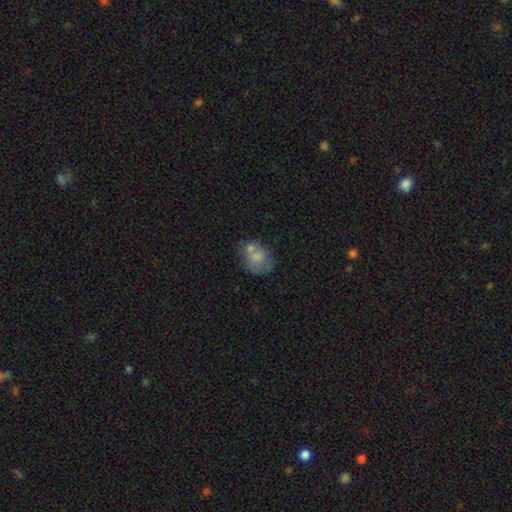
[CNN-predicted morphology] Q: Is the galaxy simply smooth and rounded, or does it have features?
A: smooth — 61%.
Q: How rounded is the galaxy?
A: in between — 50%.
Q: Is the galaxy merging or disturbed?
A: merger — 35%, tied with none.